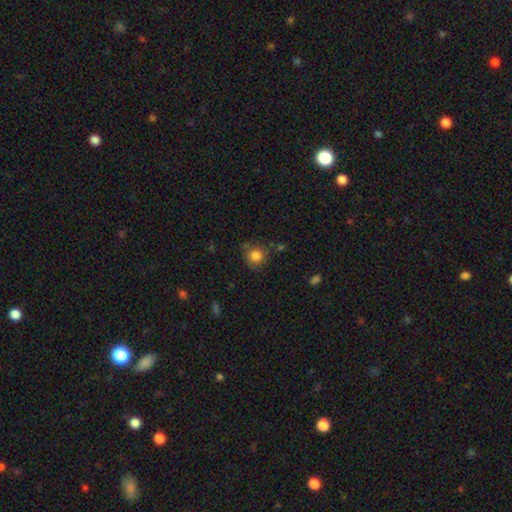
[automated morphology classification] Smooth or featured: smooth — 82% (star or artifact — 10%)
How rounded: round — 88% (in between — 11%)
Merging: none — 72% (minor disturbance — 18%)